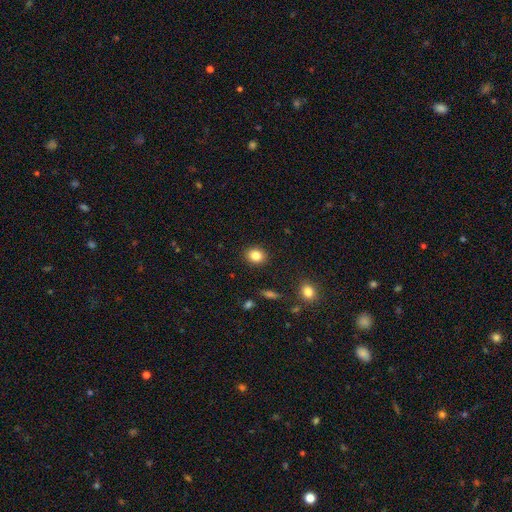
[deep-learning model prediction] The model was most divided on "how rounded": round: 60%, in between: 39%, cigar-shaped: 1%. More confident: merging — none (90%); smooth or featured — smooth (83%).